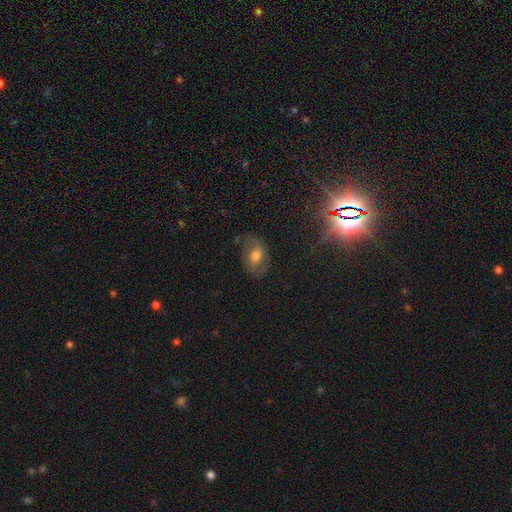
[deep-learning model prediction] smooth-or-featured: featured or disk: 48% | smooth: 41% | star or artifact: 11%
  merging: none: 71% | minor disturbance: 18% | major disturbance: 9% | merger: 2%